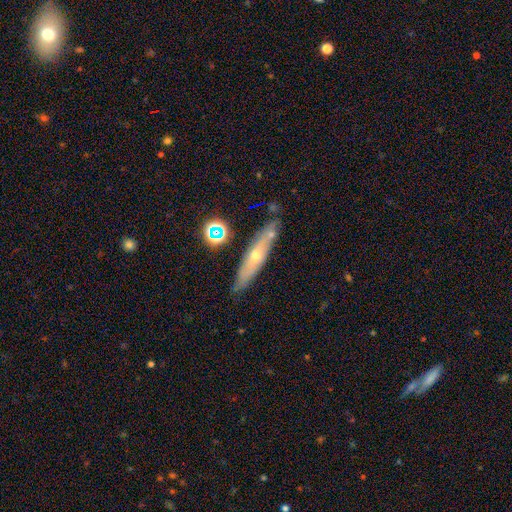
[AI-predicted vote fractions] Q: Smooth or featured?
A: featured or disk (55%); runner-up: smooth (35%)
Q: Edge-on disk?
A: yes (70%); runner-up: no (30%)
Q: Merging?
A: none (77%); runner-up: minor disturbance (15%)